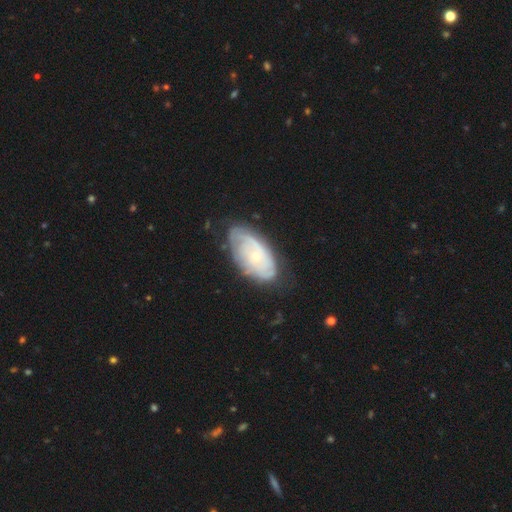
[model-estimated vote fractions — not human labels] Q: Smooth or featured?
A: featured or disk (66%); runner-up: smooth (28%)
Q: Edge-on disk?
A: no (93%); runner-up: yes (7%)
Q: Bar?
A: no (81%); runner-up: weak (16%)
Q: Spiral arms?
A: yes (77%); runner-up: no (23%)
Q: Bulge size?
A: small (73%); runner-up: moderate (23%)
Q: Merging?
A: none (68%); runner-up: minor disturbance (23%)